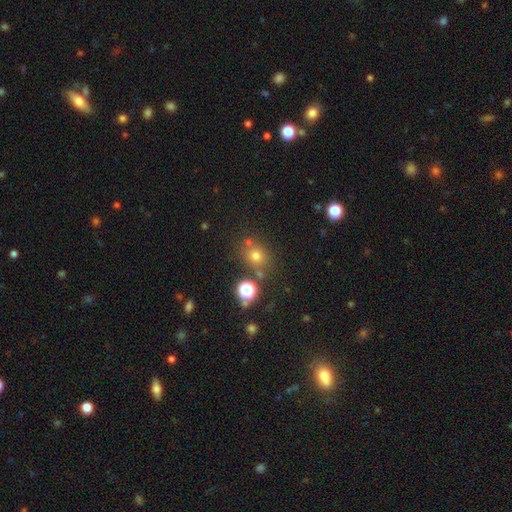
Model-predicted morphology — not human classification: smooth_or_featured: smooth (p=0.66) [alt: star or artifact p=0.24]
how_rounded: round (p=0.76) [alt: in between p=0.23]
merging: none (p=0.74) [alt: merger p=0.11]